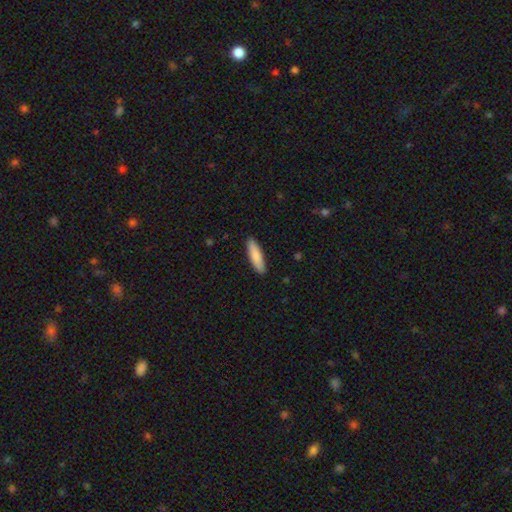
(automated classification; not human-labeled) smooth_or_featured: smooth (p=0.85) [alt: featured or disk p=0.10]
how_rounded: cigar-shaped (p=0.69) [alt: in between p=0.29]
merging: none (p=0.91) [alt: minor disturbance p=0.07]